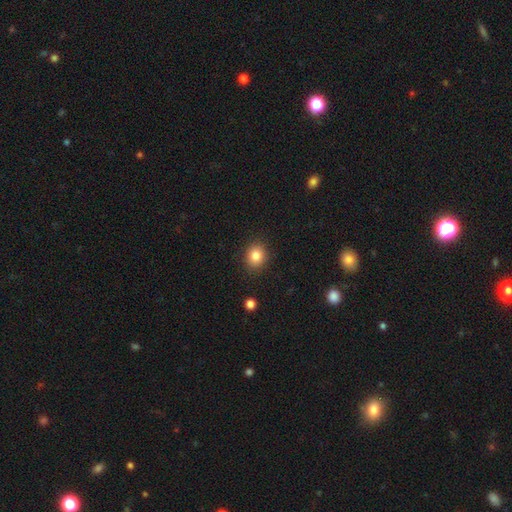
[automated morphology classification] Overall: smooth (85%). How rounded: round (70%). Merging: none (88%).